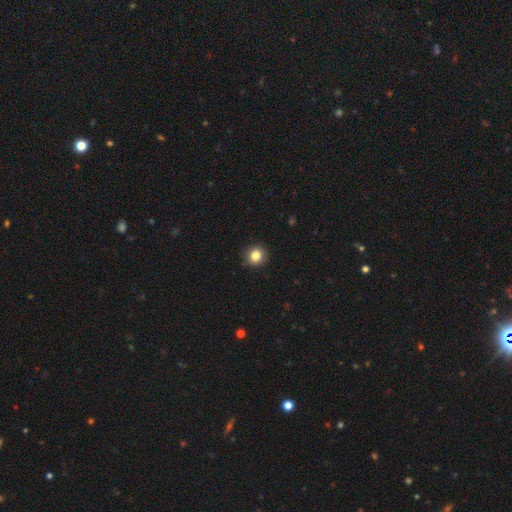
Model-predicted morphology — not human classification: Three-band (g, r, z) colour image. It shows a smooth galaxy with no disk features (84%) that is round (90%). Merging: none (91%).